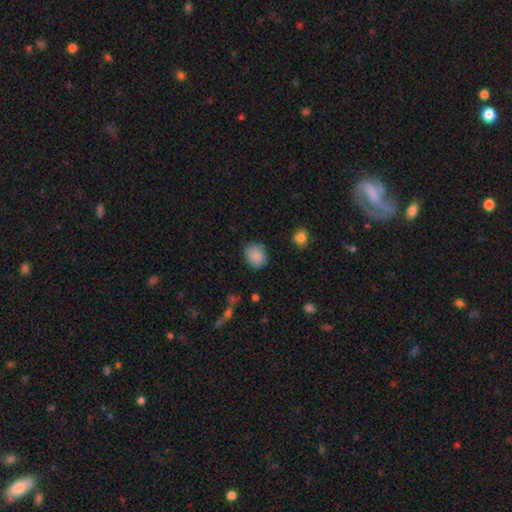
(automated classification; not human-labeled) Smooth or featured? smooth (84%)
How rounded? round (63%)
Merging? none (74%)